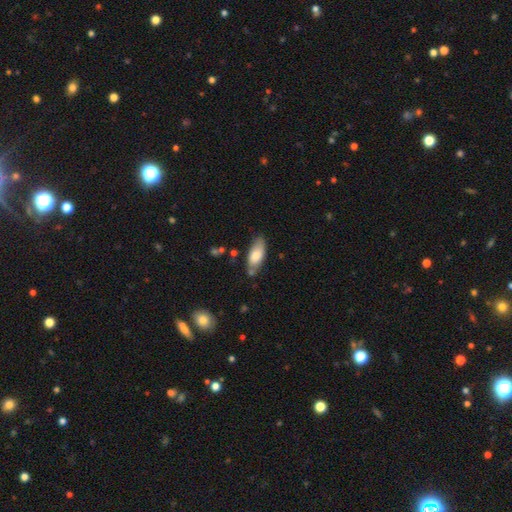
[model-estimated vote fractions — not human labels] A smooth galaxy with no disk features (77%) that is in between round and cigar-shaped (81%). Merging: none (69%).